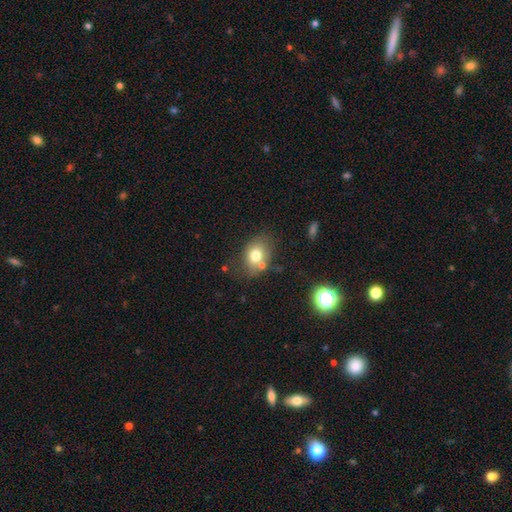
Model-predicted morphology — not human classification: Smooth or featured?
  - smooth: 74% *
  - featured or disk: 16%
  - star or artifact: 10%
How rounded?
  - in between: 66% *
  - round: 33%
  - cigar-shaped: 1%
Merging?
  - none: 63% *
  - minor disturbance: 18%
  - merger: 14%
  - major disturbance: 5%